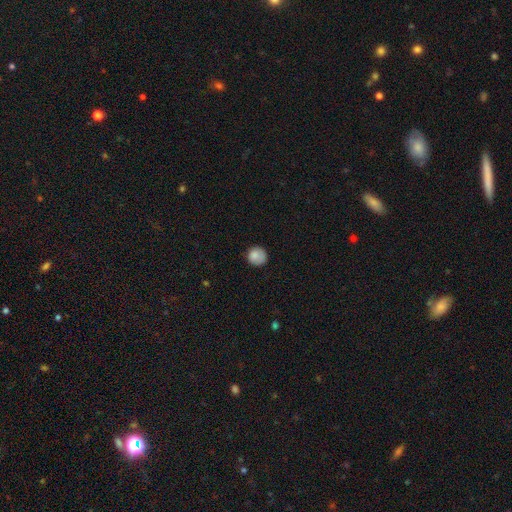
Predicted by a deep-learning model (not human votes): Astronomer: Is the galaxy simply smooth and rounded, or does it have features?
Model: smooth — 83%.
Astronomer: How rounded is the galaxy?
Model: round — 90%.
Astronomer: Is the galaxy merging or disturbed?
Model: none — 76%.